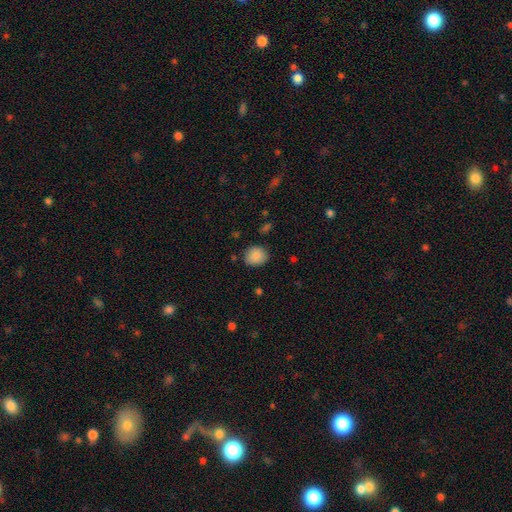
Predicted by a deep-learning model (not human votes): Smooth or featured?
  - smooth: 88% *
  - star or artifact: 8%
  - featured or disk: 4%
How rounded?
  - round: 72% *
  - in between: 27%
  - cigar-shaped: 1%
Merging?
  - none: 81% *
  - minor disturbance: 14%
  - major disturbance: 3%
  - merger: 2%